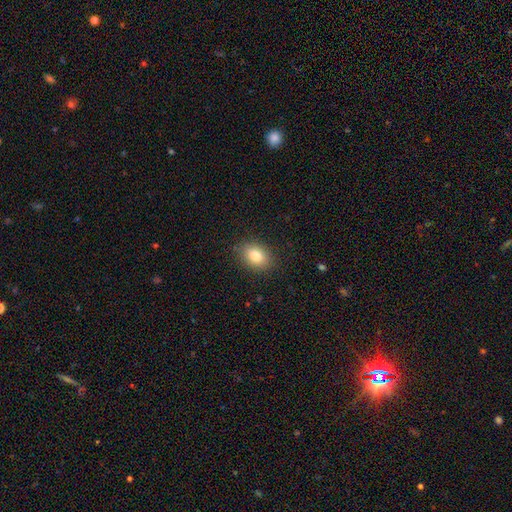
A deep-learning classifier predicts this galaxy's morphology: A smooth galaxy with no disk features (82%) that is in between round and cigar-shaped (71%).

Vote fractions:
- Smooth or featured? smooth: 82% / star or artifact: 9% / featured or disk: 8%
- How rounded? in between: 71% / round: 28% / cigar-shaped: 1%
- Merging? none: 87% / minor disturbance: 10% / major disturbance: 3% / merger: 1%